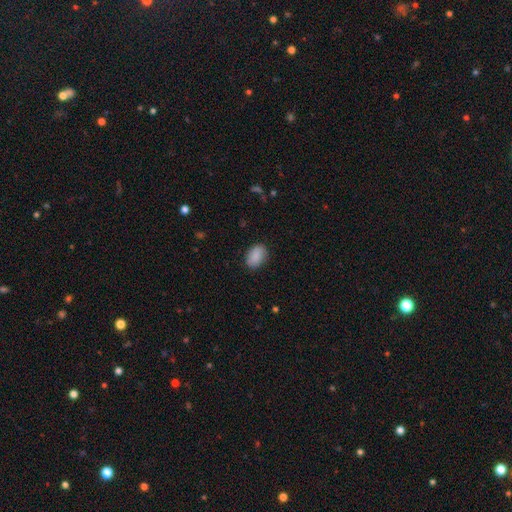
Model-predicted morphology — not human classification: smooth-or-featured: smooth: 89% | star or artifact: 7% | featured or disk: 5%
  how-rounded: in between: 86% | round: 13% | cigar-shaped: 1%
  merging: none: 84% | minor disturbance: 12% | major disturbance: 3% | merger: 1%